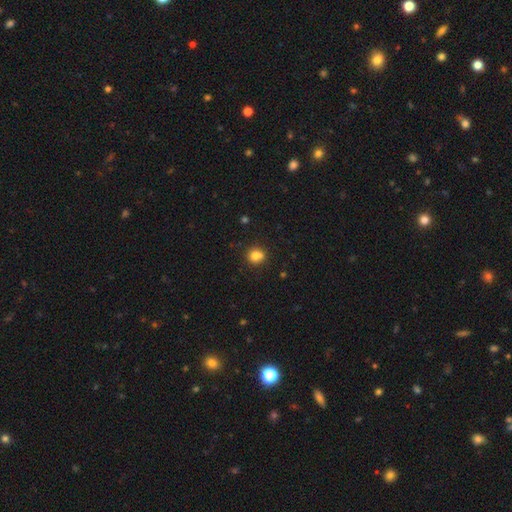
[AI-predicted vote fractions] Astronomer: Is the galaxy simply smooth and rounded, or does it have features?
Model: smooth — 80%.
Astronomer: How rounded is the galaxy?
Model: round — 77%.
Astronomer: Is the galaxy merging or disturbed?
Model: none — 62%.